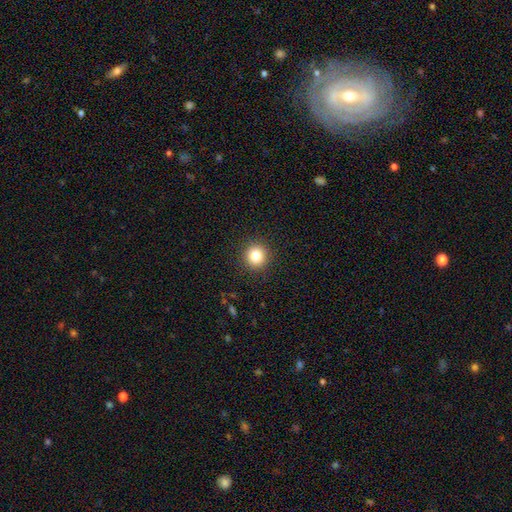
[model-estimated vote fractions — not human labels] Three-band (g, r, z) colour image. It shows a smooth galaxy with no disk features (83%) that is round (94%). Merging: none (92%).